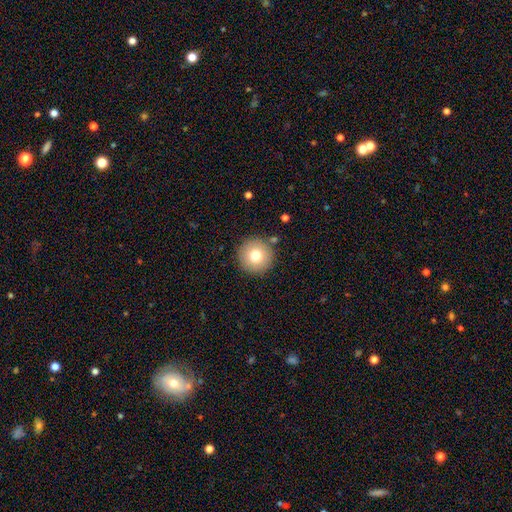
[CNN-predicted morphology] smooth 75%, featured or disk 14%, star or artifact 11%. Down the decision tree: how rounded — round (96%); merging — none (88%).